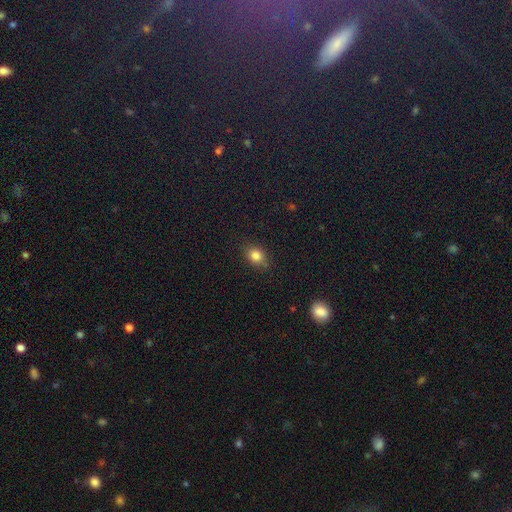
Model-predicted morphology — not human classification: Smooth or featured?
  - smooth: 83% *
  - star or artifact: 11%
  - featured or disk: 6%
How rounded?
  - round: 50% *
  - in between: 49%
  - cigar-shaped: 1%
Merging?
  - none: 82% *
  - minor disturbance: 14%
  - major disturbance: 3%
  - merger: 1%